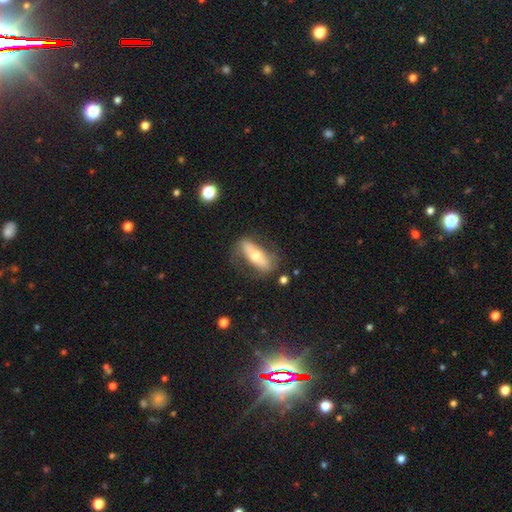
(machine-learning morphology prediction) smooth_or_featured: featured or disk (p=0.48) [alt: smooth p=0.46]
merging: none (p=0.68) [alt: minor disturbance p=0.19]